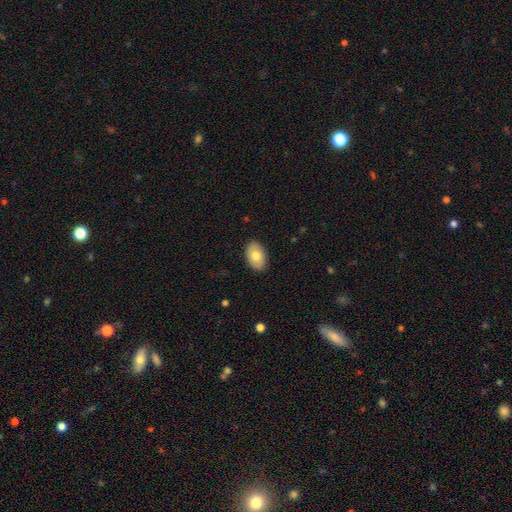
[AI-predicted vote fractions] The model was most divided on "smooth or featured": smooth: 74%, featured or disk: 20%, star or artifact: 6%. More confident: how rounded — in between (91%); merging — none (88%).